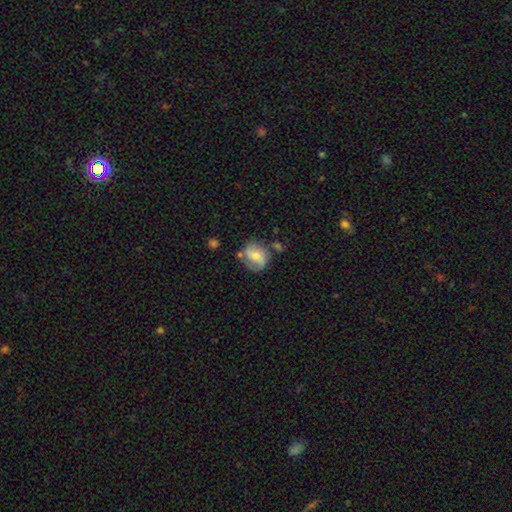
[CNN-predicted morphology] featured or disk 53%, smooth 39%, star or artifact 8%. Down the decision tree: edge-on disk — no (96%); bar — no (45%); spiral arms — yes (81%); bulge size — moderate (53%); merging — none (61%).